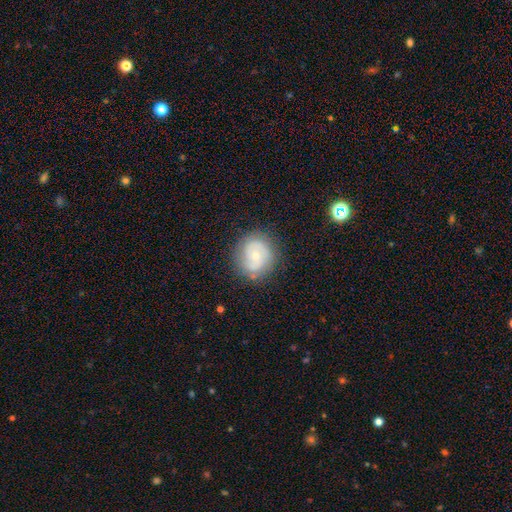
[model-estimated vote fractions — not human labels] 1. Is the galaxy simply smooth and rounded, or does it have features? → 60% featured or disk, 33% smooth, 8% star or artifact.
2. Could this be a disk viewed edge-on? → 98% no, 2% yes.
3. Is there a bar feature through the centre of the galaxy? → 65% no, 30% weak, 5% strong.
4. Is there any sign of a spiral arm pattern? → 83% yes, 17% no.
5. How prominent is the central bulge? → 61% small, 33% moderate, 3% none, 2% large, 1% dominant.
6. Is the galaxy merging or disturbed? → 79% none, 14% minor disturbance, 5% major disturbance, 2% merger.